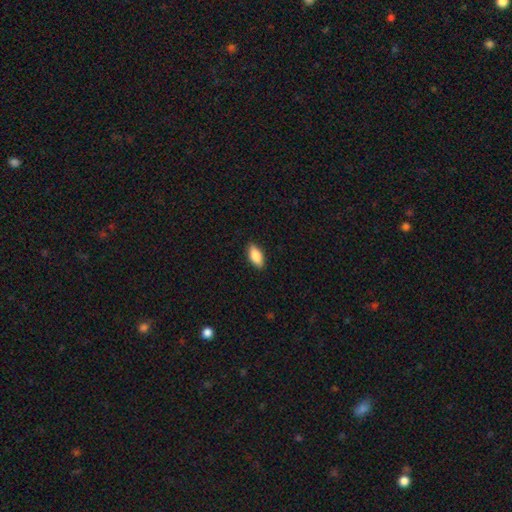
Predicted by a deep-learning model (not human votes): A smooth galaxy with no disk features (84%) that is in between round and cigar-shaped (88%).

Vote fractions:
- Smooth or featured? smooth: 84% / featured or disk: 9% / star or artifact: 7%
- How rounded? in between: 88% / cigar-shaped: 9% / round: 3%
- Merging? none: 88% / minor disturbance: 9% / major disturbance: 2% / merger: 1%